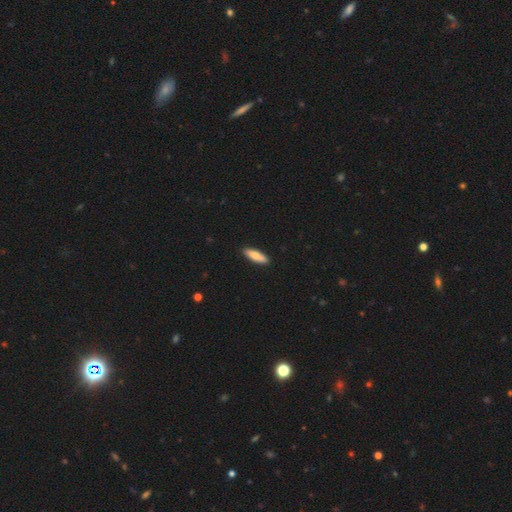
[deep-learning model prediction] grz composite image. It shows a smooth galaxy with no disk features (76%) that is cigar-shaped (59%). Merging: none (90%).